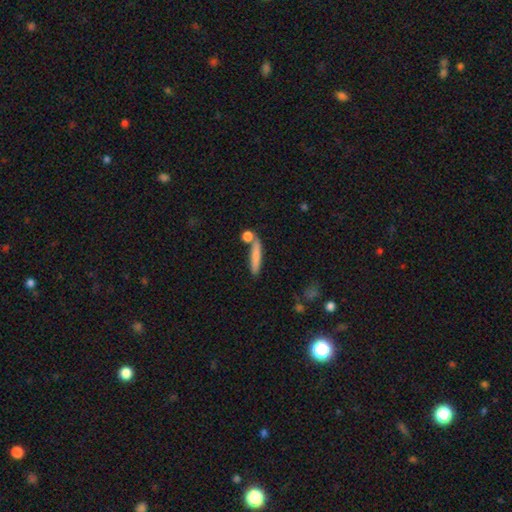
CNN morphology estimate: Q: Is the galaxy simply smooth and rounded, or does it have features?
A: smooth — 77%.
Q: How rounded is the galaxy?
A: cigar-shaped — 84%.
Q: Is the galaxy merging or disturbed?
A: none — 72%.